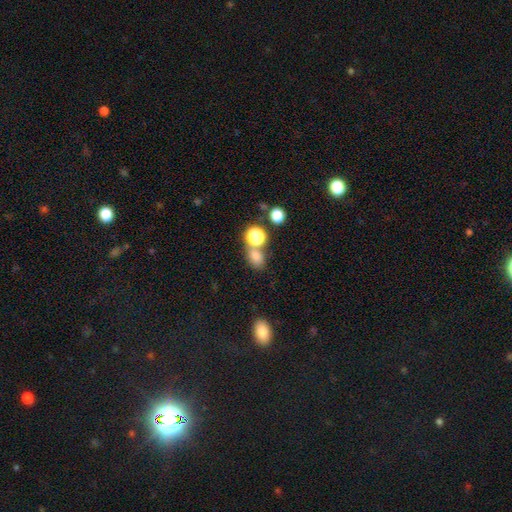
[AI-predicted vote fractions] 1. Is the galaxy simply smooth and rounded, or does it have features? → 74% smooth, 19% star or artifact, 7% featured or disk.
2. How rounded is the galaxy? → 55% in between, 43% round, 1% cigar-shaped.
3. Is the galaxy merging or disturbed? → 57% none, 27% merger, 11% minor disturbance, 5% major disturbance.